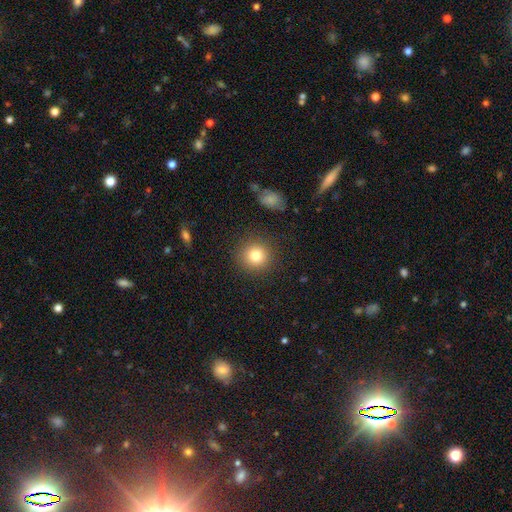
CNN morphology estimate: Smooth or featured? Predicted: smooth (p=0.80). How rounded? Predicted: round (p=0.92). Merging? Predicted: none (p=0.88).